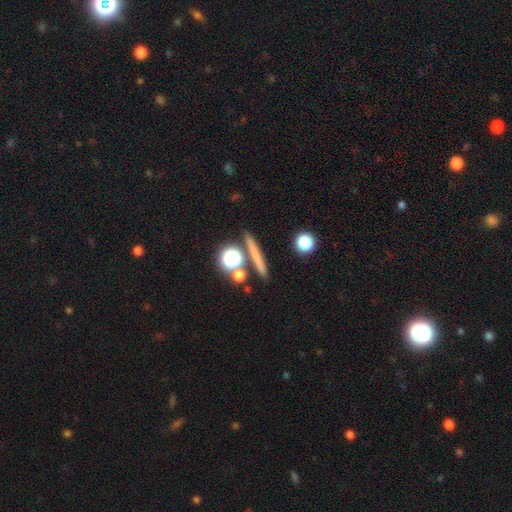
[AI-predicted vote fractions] Smooth or featured?
  - smooth: 57% *
  - featured or disk: 27%
  - star or artifact: 16%
How rounded?
  - cigar-shaped: 66% *
  - round: 25%
  - in between: 9%
Merging?
  - none: 82% *
  - merger: 8%
  - minor disturbance: 7%
  - major disturbance: 3%